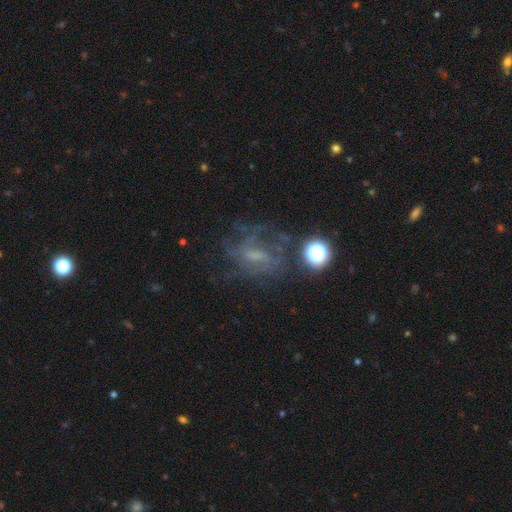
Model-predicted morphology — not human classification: Q: Smooth or featured?
A: featured or disk (63%); runner-up: star or artifact (20%)
Q: Edge-on disk?
A: no (95%); runner-up: yes (5%)
Q: Bar?
A: weak (49%); runner-up: no (34%)
Q: Spiral arms?
A: yes (76%); runner-up: no (24%)
Q: Bulge size?
A: small (41%); runner-up: moderate (27%)
Q: Merging?
A: none (57%); runner-up: major disturbance (20%)